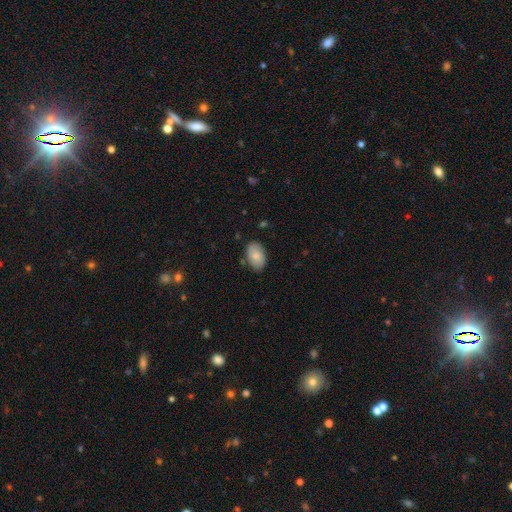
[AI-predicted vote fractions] Q: Smooth or featured?
A: smooth (80%); runner-up: featured or disk (13%)
Q: How rounded?
A: in between (92%); runner-up: round (7%)
Q: Merging?
A: none (82%); runner-up: minor disturbance (14%)